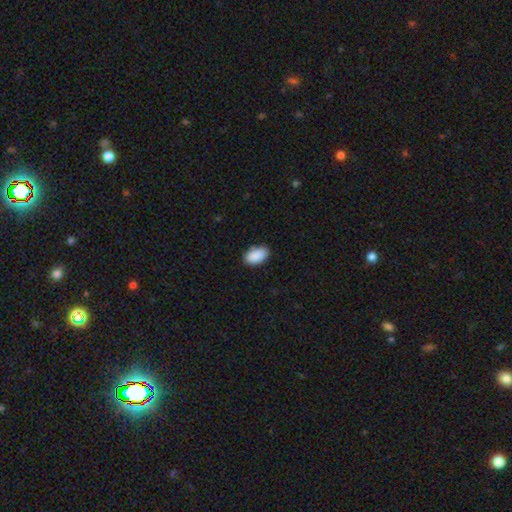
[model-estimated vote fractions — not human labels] A smooth galaxy with no disk features (90%) that is in between round and cigar-shaped (95%).

Vote fractions:
- Smooth or featured? smooth: 90% / star or artifact: 7% / featured or disk: 3%
- How rounded? in between: 95% / round: 4% / cigar-shaped: 2%
- Merging? none: 83% / minor disturbance: 14% / major disturbance: 2% / merger: 1%